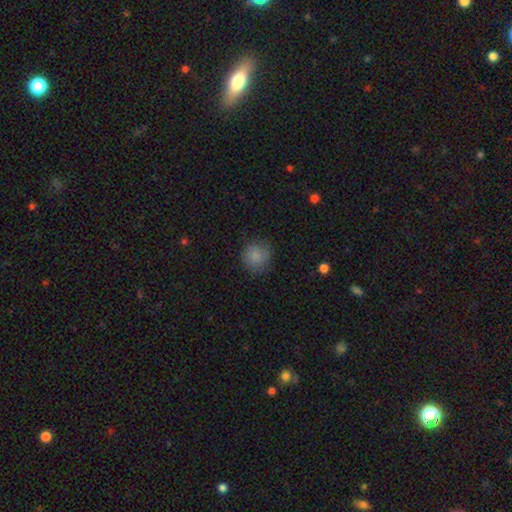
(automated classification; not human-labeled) Q: Smooth or featured?
A: smooth (86%); runner-up: star or artifact (9%)
Q: How rounded?
A: round (90%); runner-up: in between (9%)
Q: Merging?
A: none (81%); runner-up: minor disturbance (14%)